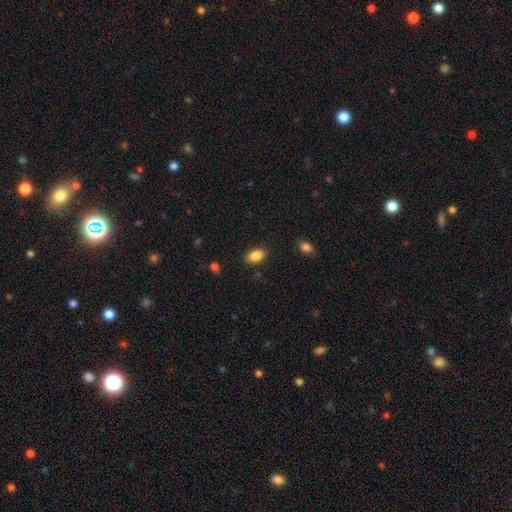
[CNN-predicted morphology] type=smooth (87%); roundness=in between (88%); merging=none (86%).